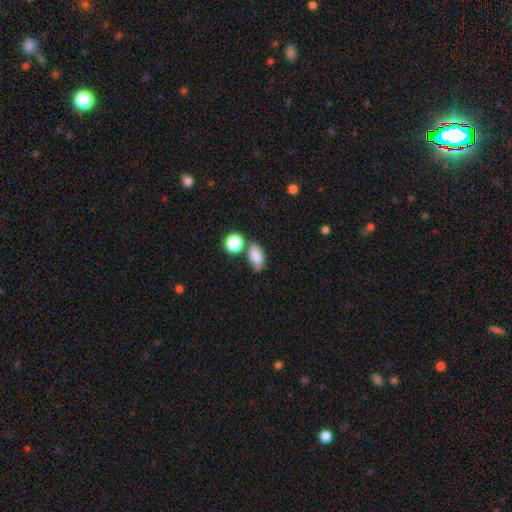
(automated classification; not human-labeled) smooth-or-featured: smooth: 84% | star or artifact: 9% | featured or disk: 7%
  how-rounded: in between: 86% | round: 9% | cigar-shaped: 4%
  merging: none: 59% | minor disturbance: 18% | merger: 17% | major disturbance: 6%